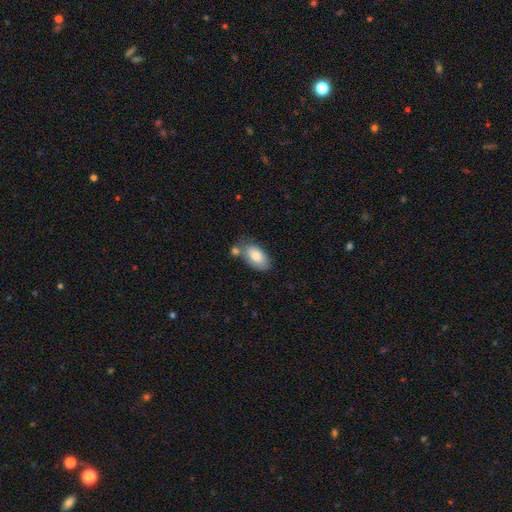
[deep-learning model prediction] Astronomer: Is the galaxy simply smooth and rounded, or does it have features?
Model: smooth — 79%.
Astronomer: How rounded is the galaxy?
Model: in between — 94%.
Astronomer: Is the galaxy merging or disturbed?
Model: none — 57%.